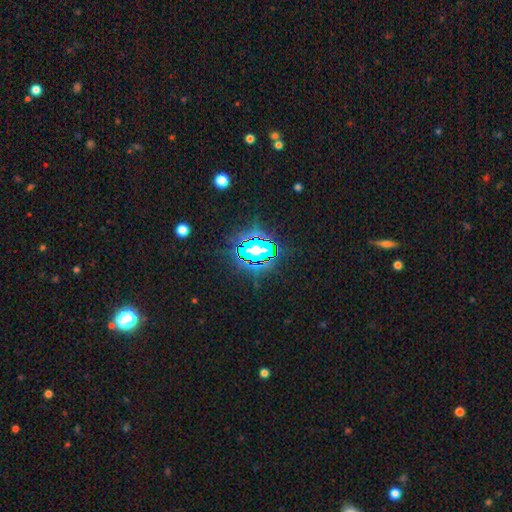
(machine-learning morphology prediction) This appears to be a star or artifact, not a galaxy (80%).